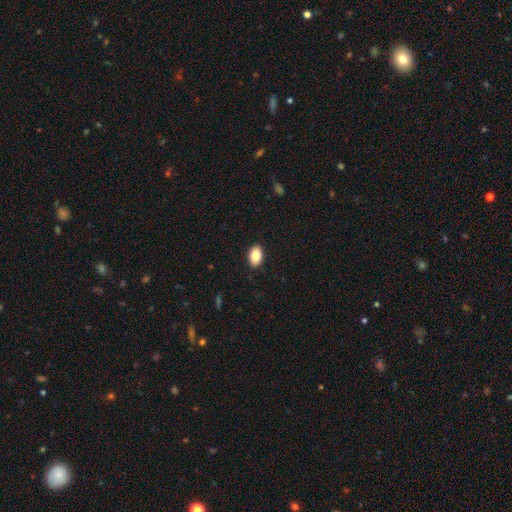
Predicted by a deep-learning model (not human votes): This is clearly a smooth galaxy (84%). How rounded: clearly in between (90%). Merging: clearly none (90%).